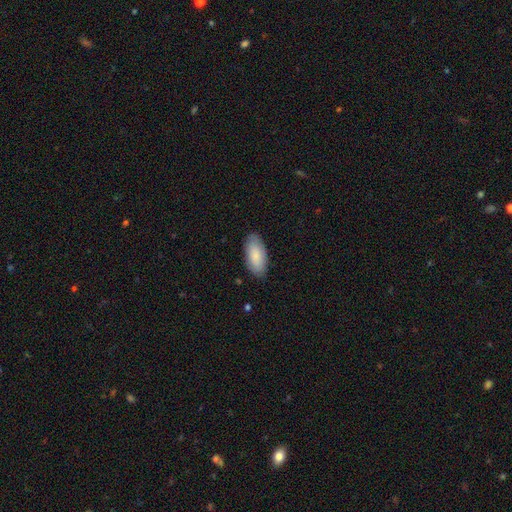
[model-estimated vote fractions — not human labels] Smooth or featured? smooth (85%)
How rounded? in between (91%)
Merging? none (86%)